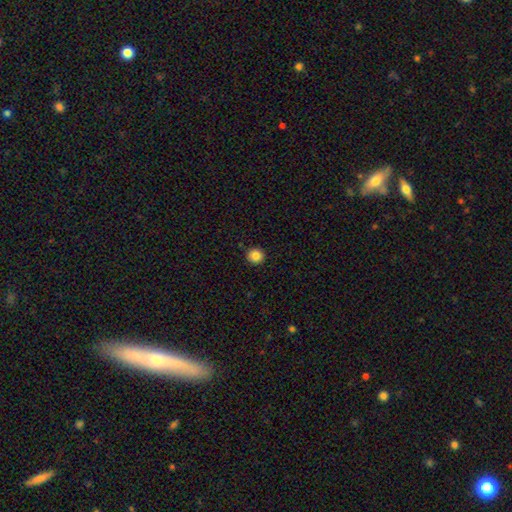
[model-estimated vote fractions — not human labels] Morphology: type=smooth (85%); roundness=round (94%); merging=none (92%).